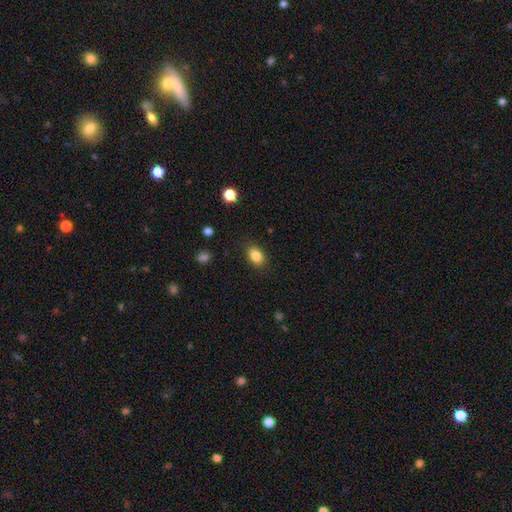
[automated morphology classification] smooth 85%, star or artifact 9%, featured or disk 6%. Down the decision tree: how rounded — in between (82%); merging — none (85%).